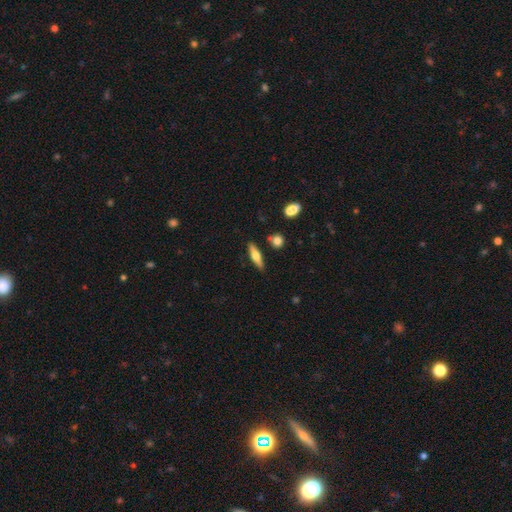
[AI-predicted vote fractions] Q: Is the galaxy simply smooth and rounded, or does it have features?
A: smooth — 48%.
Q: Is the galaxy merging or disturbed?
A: none — 84%.